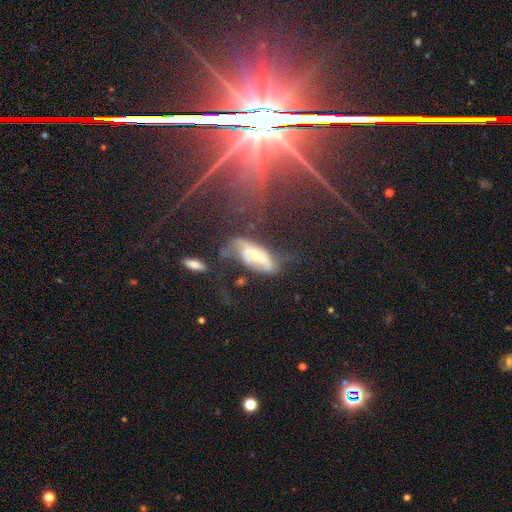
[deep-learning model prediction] smooth_or_featured: featured or disk (p=0.67) [alt: smooth p=0.24]
disk_edge_on: no (p=0.85) [alt: yes p=0.15]
bar: no (p=0.51) [alt: weak p=0.29]
has_spiral_arms: yes (p=0.76) [alt: no p=0.24]
bulge_size: moderate (p=0.59) [alt: small p=0.34]
merging: major disturbance (p=0.35) [alt: none p=0.32]